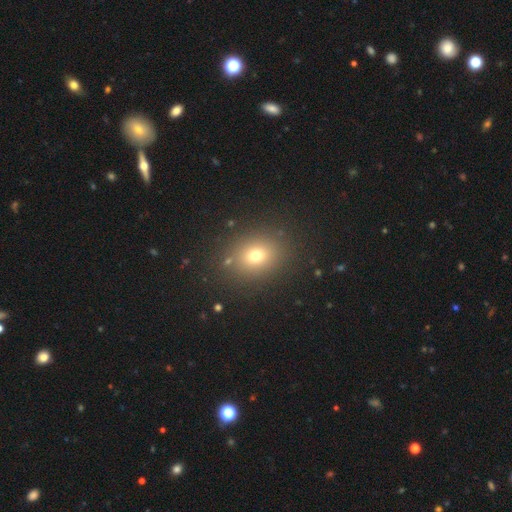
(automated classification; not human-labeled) Morphology: type=smooth (72%); roundness=round (59%); merging=none (86%).